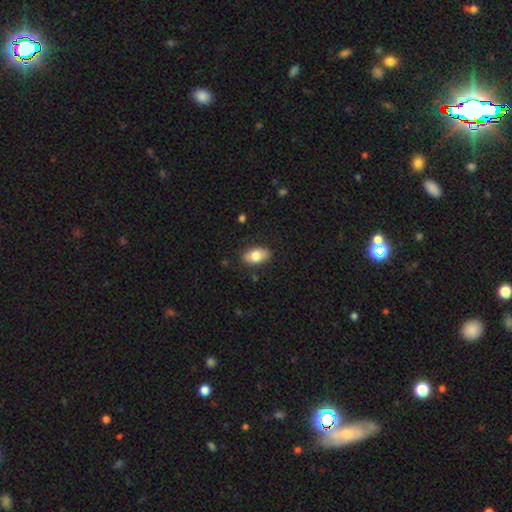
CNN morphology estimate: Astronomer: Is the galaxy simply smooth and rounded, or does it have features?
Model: smooth — 81%.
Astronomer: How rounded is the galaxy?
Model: in between — 92%.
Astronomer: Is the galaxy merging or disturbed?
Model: none — 86%.